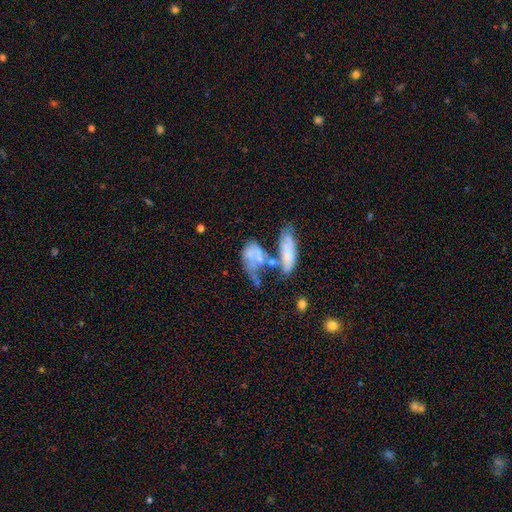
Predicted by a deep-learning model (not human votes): Morphology: type=featured or disk (45%, tied with smooth); merging=merger (45%).